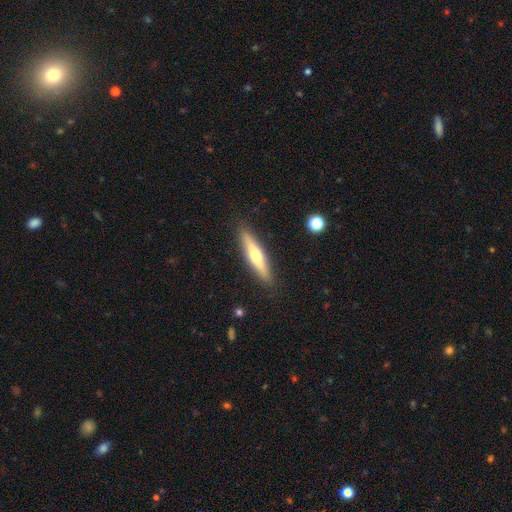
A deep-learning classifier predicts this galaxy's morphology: type=featured or disk (53%); edge-on=yes (93%); merging=none (89%).